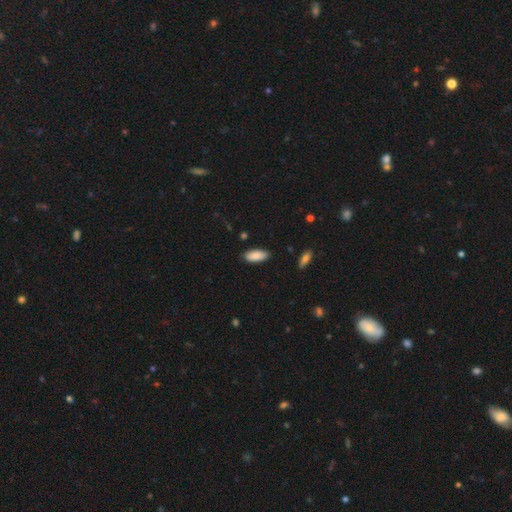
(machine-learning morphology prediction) This is clearly a smooth galaxy (87%). How rounded: clearly in between (85%). Merging: clearly none (84%).